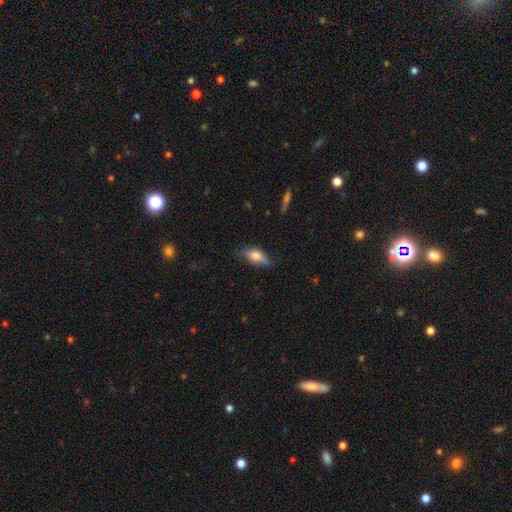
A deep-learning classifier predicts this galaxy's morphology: The model was most divided on "merging": none: 65%, minor disturbance: 28%, major disturbance: 6%, merger: 1%. More confident: how rounded — in between (82%); smooth or featured — smooth (73%).